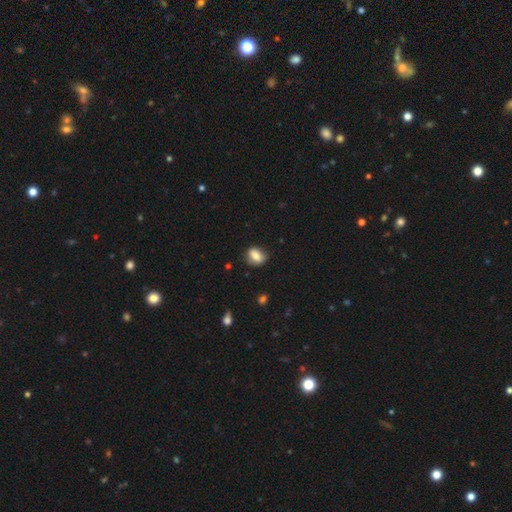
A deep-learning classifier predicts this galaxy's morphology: A smooth galaxy with no disk features (77%) that is in between round and cigar-shaped (62%).

Vote fractions:
- Smooth or featured? smooth: 77% / featured or disk: 14% / star or artifact: 8%
- How rounded? in between: 62% / round: 36% / cigar-shaped: 2%
- Merging? none: 70% / minor disturbance: 23% / major disturbance: 5% / merger: 2%